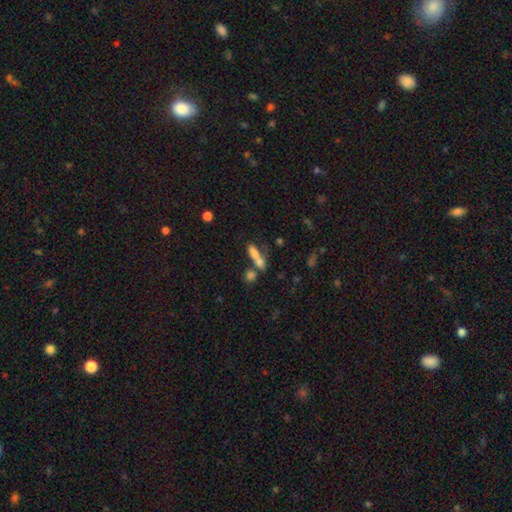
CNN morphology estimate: Q: Smooth or featured?
A: smooth (70%); runner-up: featured or disk (18%)
Q: How rounded?
A: in between (46%); tied with: cigar-shaped (46%)
Q: Merging?
A: merger (47%); runner-up: none (35%)